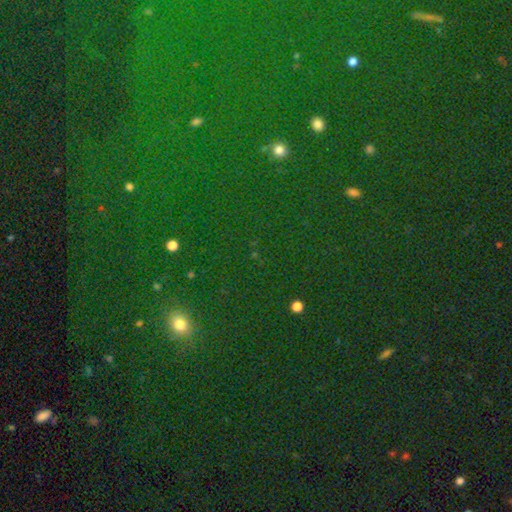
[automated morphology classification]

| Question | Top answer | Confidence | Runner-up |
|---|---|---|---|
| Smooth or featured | star or artifact | 71% | smooth (21%) |